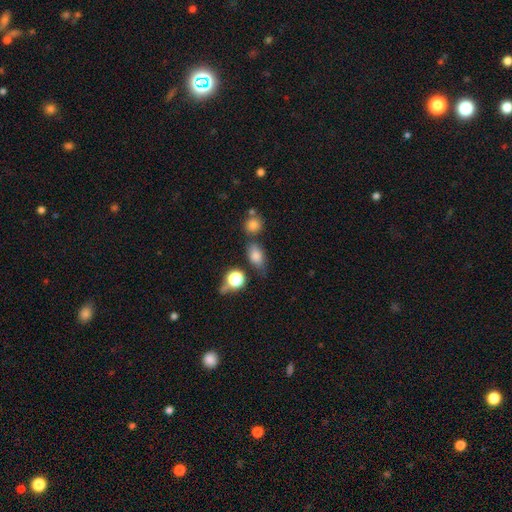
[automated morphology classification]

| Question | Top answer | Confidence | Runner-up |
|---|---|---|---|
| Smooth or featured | smooth | 77% | star or artifact (13%) |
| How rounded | in between | 81% | round (15%) |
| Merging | none | 62% | minor disturbance (19%) |